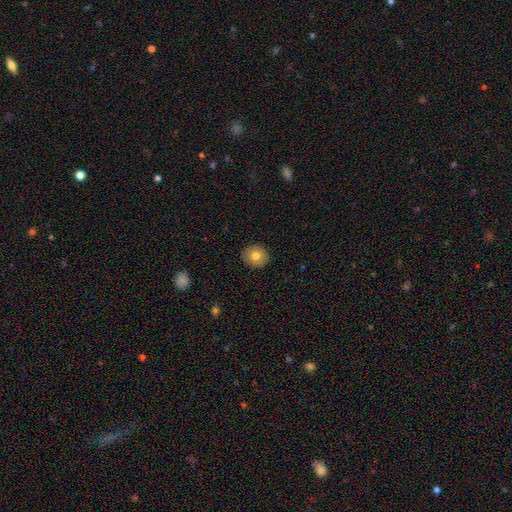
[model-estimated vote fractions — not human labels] Smooth or featured? smooth (76%)
How rounded? round (78%)
Merging? none (90%)